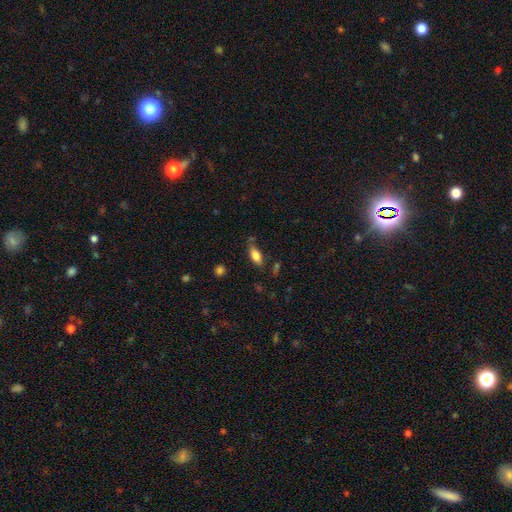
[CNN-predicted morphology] smooth 80%, featured or disk 12%, star or artifact 8%. Down the decision tree: how rounded — in between (84%); merging — none (69%).